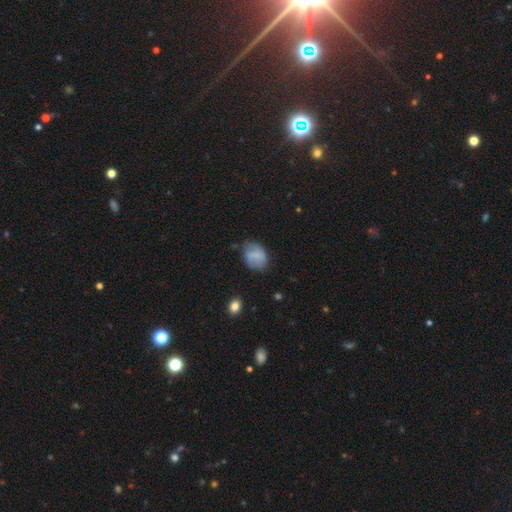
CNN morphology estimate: This is likely a smooth galaxy (71%). How rounded: likely in between (68%). Merging: likely none (63%).